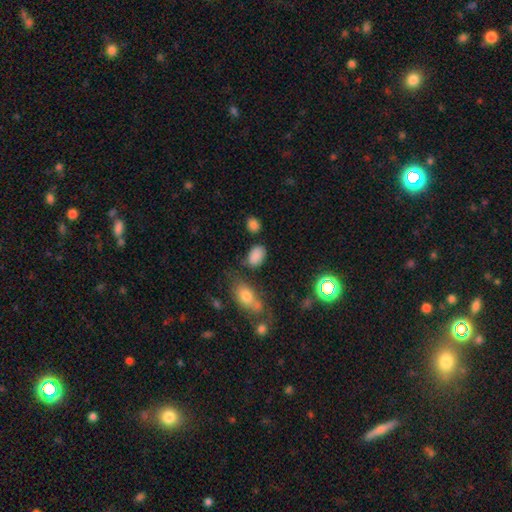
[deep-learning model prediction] smooth-or-featured: smooth: 83% | star or artifact: 12% | featured or disk: 5%
  how-rounded: in between: 86% | round: 12% | cigar-shaped: 2%
  merging: none: 71% | minor disturbance: 16% | merger: 7% | major disturbance: 6%